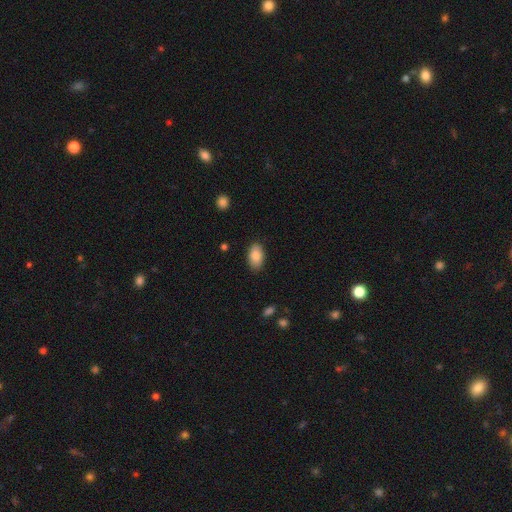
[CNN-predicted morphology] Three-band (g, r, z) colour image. It shows a smooth galaxy with no disk features (86%) that is in between round and cigar-shaped (93%). Merging: none (87%).